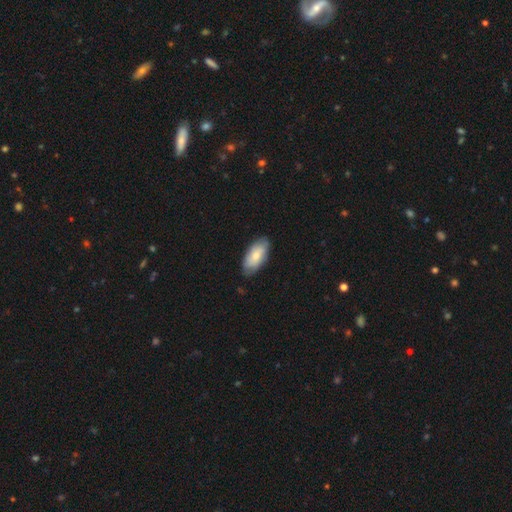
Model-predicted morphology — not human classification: A smooth galaxy with no disk features (73%) that is in between round and cigar-shaped (91%). Merging: none (80%).